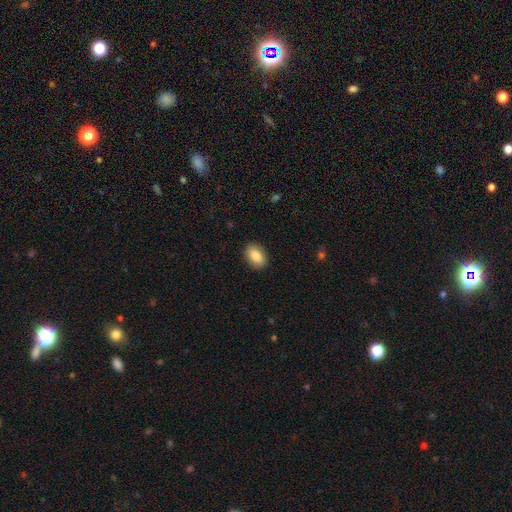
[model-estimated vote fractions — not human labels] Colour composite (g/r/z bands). It shows a smooth galaxy with no disk features (86%) that is in between round and cigar-shaped (87%). Merging: none (89%).